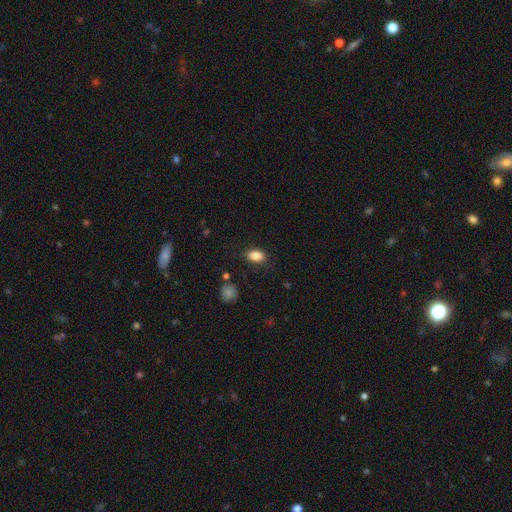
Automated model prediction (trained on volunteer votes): Q: Smooth or featured?
A: smooth (86%); runner-up: star or artifact (9%)
Q: How rounded?
A: in between (84%); runner-up: round (14%)
Q: Merging?
A: none (83%); runner-up: minor disturbance (12%)